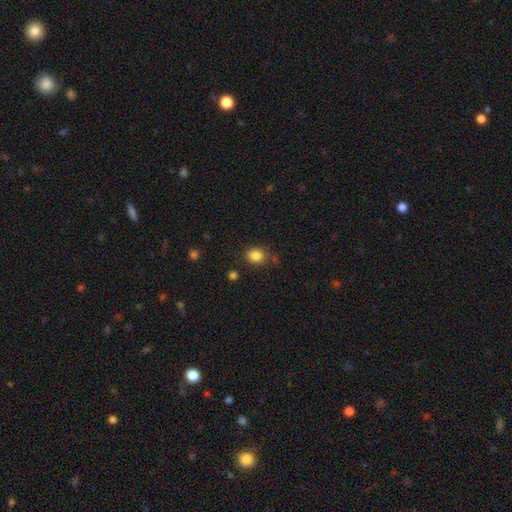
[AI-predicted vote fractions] smooth-or-featured: smooth: 85% | star or artifact: 10% | featured or disk: 5%
  how-rounded: round: 51% | in between: 48% | cigar-shaped: 1%
  merging: none: 78% | minor disturbance: 14% | merger: 4% | major disturbance: 4%